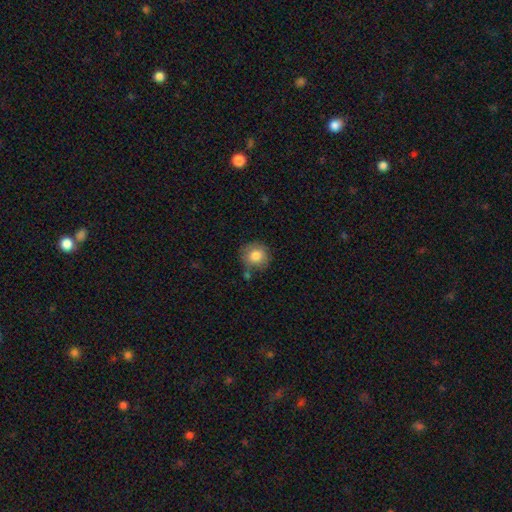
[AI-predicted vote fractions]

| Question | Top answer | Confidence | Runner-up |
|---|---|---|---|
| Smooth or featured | smooth | 82% | featured or disk (9%) |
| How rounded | round | 90% | in between (9%) |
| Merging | none | 74% | minor disturbance (15%) |